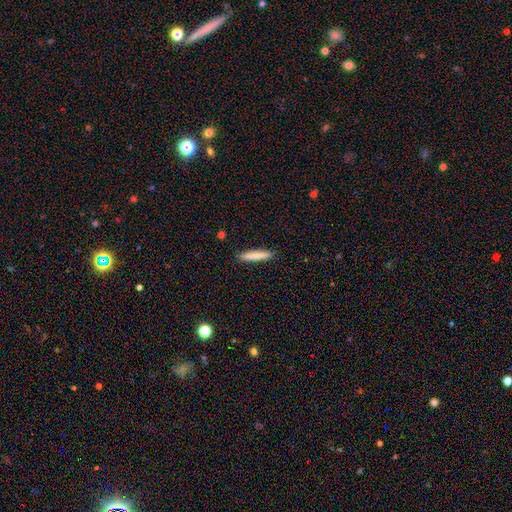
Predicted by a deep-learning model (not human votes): Smooth or featured?
  - smooth: 83% *
  - featured or disk: 11%
  - star or artifact: 6%
How rounded?
  - cigar-shaped: 92% *
  - in between: 7%
  - round: 1%
Merging?
  - none: 91% *
  - minor disturbance: 7%
  - major disturbance: 2%
  - merger: 1%